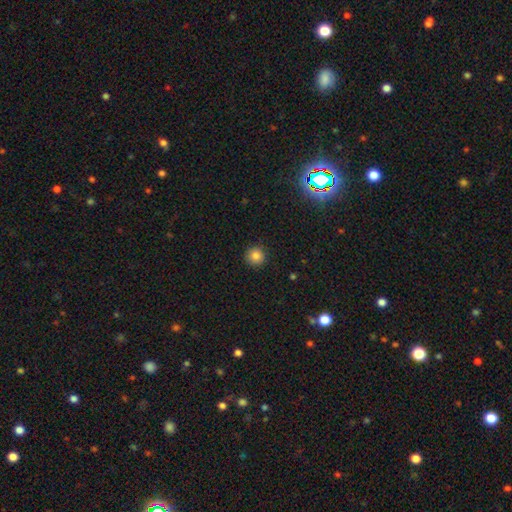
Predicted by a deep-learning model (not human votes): This appears to be a smooth galaxy with no disk features (84%) that is round (95%). Merging: none (91%).